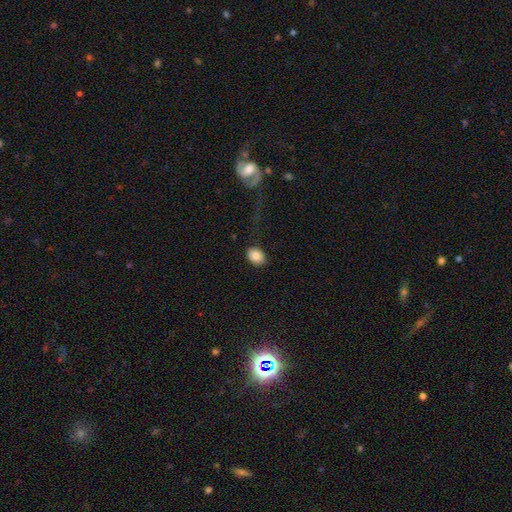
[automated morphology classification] smooth_or_featured: smooth (p=0.84) [alt: star or artifact p=0.08]
how_rounded: in between (p=0.68) [alt: round p=0.31]
merging: none (p=0.83) [alt: minor disturbance p=0.12]